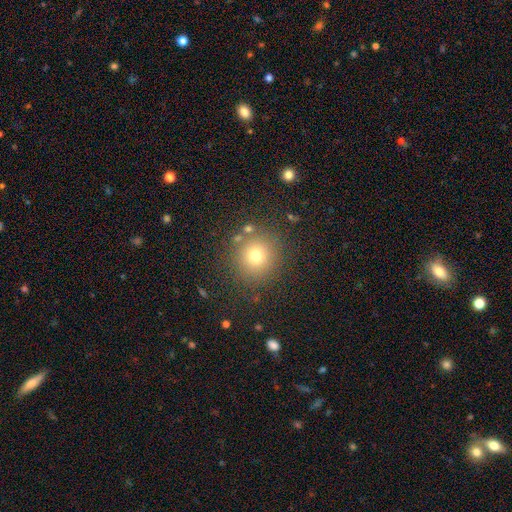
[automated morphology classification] This appears to be a smooth galaxy with no disk features (73%) that is round (92%). Merging: none (84%).